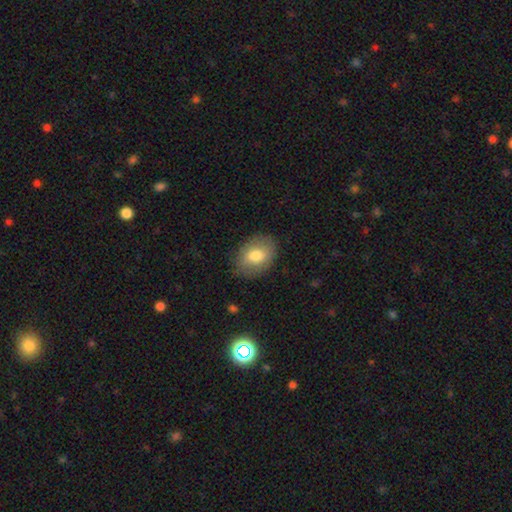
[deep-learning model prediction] smooth 76%, featured or disk 17%, star or artifact 7%. Down the decision tree: how rounded — in between (76%); merging — none (81%).